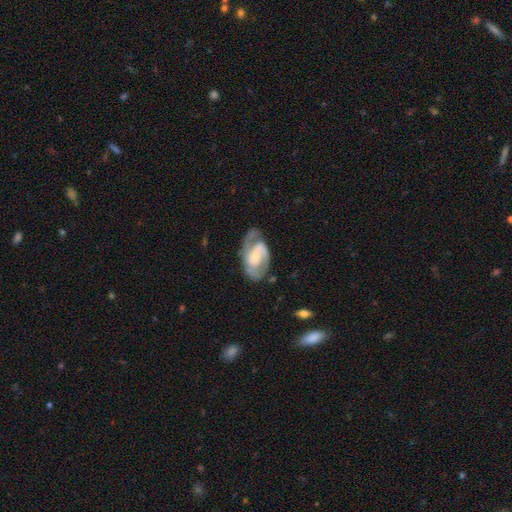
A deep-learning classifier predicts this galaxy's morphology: A featured or disk galaxy (83%) with a weak bar (42%, tied with no), 2 (79%) medium (51%) spiral arms (94%) and a small central bulge (57%).

Vote fractions:
- Smooth or featured? featured or disk: 83% / smooth: 12% / star or artifact: 5%
- Edge-on disk? no: 97% / yes: 3%
- Bar? weak: 42% (tied) / no: 42% (tied) / strong: 16%
- Spiral arms? yes: 94% / no: 6%
- Spiral winding? medium: 51% / tight: 33% / loose: 17%
- Spiral arm count? 2: 79% / can't tell: 8% / 1: 6% / 3: 4% / 4: 1% / more than 4: 1%
- Bulge size? small: 57% / moderate: 33% / none: 6% / large: 4% / dominant: 1%
- Merging? none: 61% / minor disturbance: 23% / major disturbance: 14% / merger: 2%